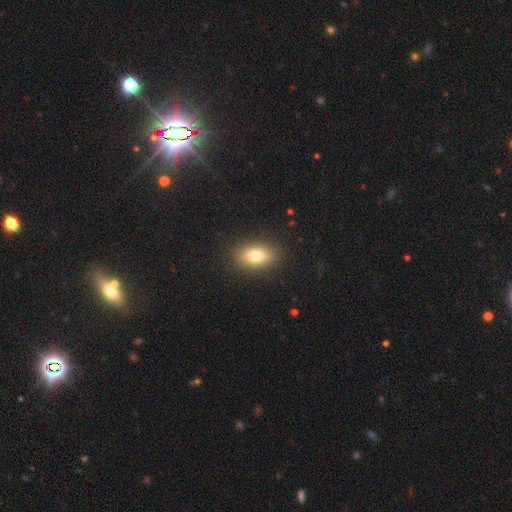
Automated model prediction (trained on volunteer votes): Morphology: type=smooth (77%); roundness=in between (83%); merging=none (87%).